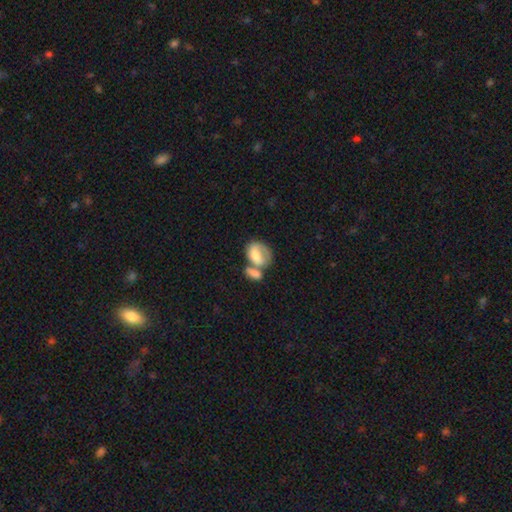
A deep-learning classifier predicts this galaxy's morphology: Smooth or featured: smooth — 64% (featured or disk — 29%)
How rounded: in between — 71% (round — 28%)
Merging: merger — 53% (none — 23%)